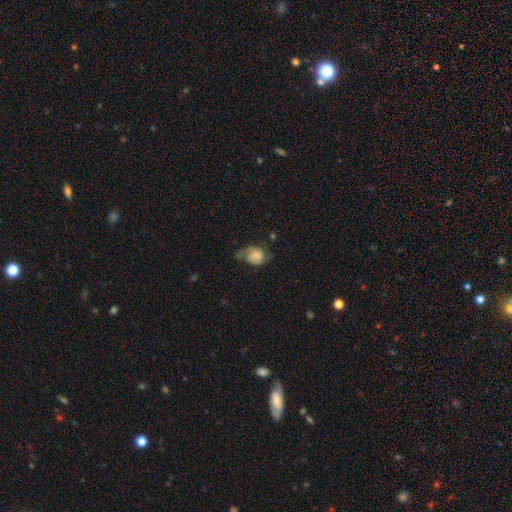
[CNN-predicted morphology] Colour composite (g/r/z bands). It shows a featured or disk galaxy (53%) with no bar (66%), spiral arms (89%) and a small central bulge (38%). Merging: none (51%).